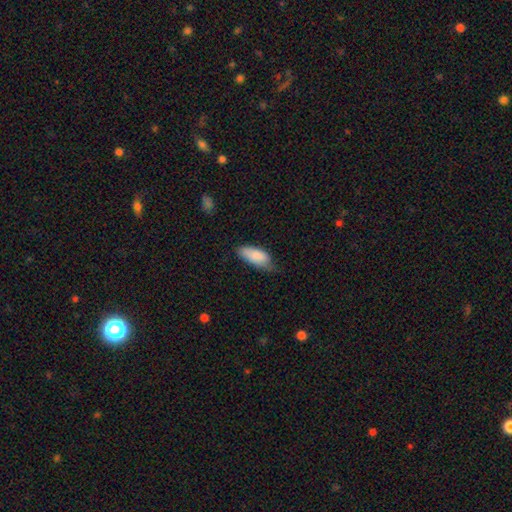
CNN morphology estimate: A smooth galaxy with no disk features (85%) that is in between round and cigar-shaped (84%). Merging: none (51%).